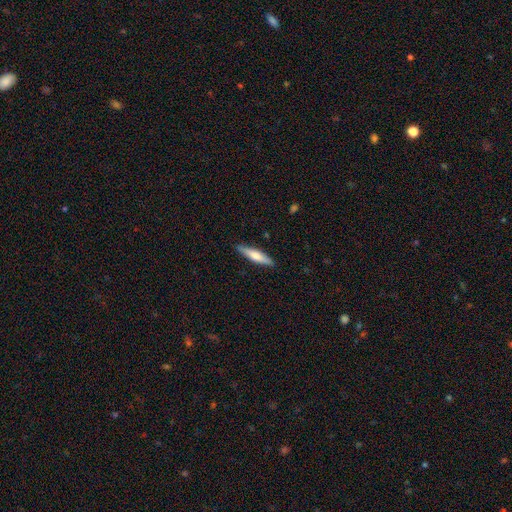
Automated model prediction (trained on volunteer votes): smooth 55%, featured or disk 40%, star or artifact 5%. Down the decision tree: how rounded — cigar-shaped (82%); merging — none (89%).